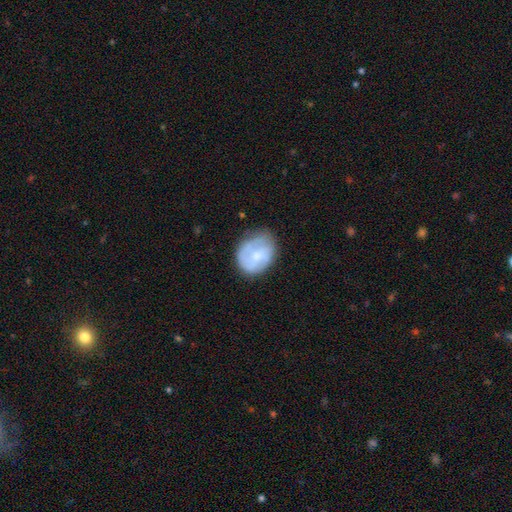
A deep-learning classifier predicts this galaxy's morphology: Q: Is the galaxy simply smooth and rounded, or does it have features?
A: smooth — 47%.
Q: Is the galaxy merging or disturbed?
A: none — 57%.